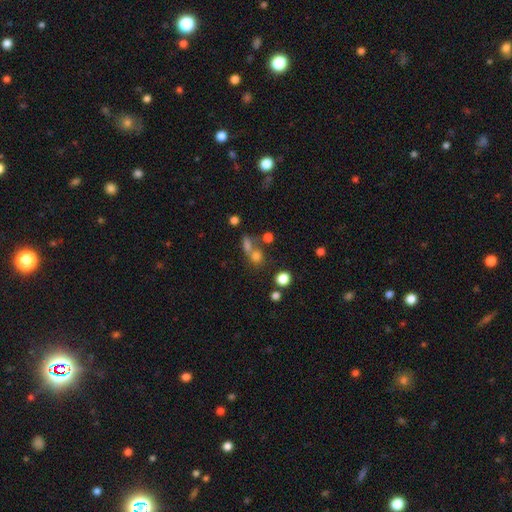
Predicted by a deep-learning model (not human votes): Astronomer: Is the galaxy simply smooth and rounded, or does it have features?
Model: smooth — 69%.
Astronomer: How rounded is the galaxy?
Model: round — 66%.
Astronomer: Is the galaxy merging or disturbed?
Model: none — 42% (runner-up: merger, 41%).